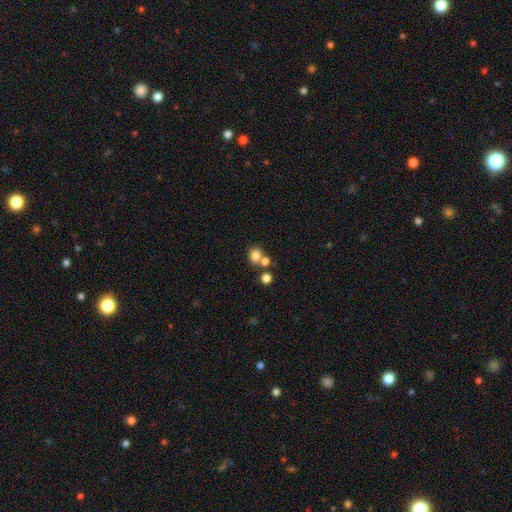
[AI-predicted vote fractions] Overall: smooth (78%). How rounded: round (73%). Merging: none (50%; merger 37%).